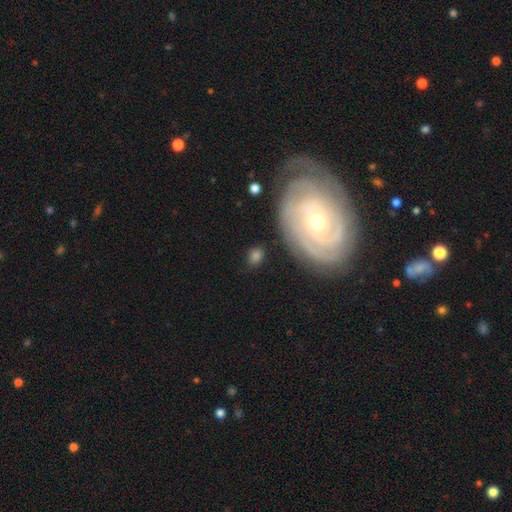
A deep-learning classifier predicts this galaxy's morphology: This appears to be a smooth galaxy with no disk features (70%) that is in between round and cigar-shaped (58%). Merging: none (76%).